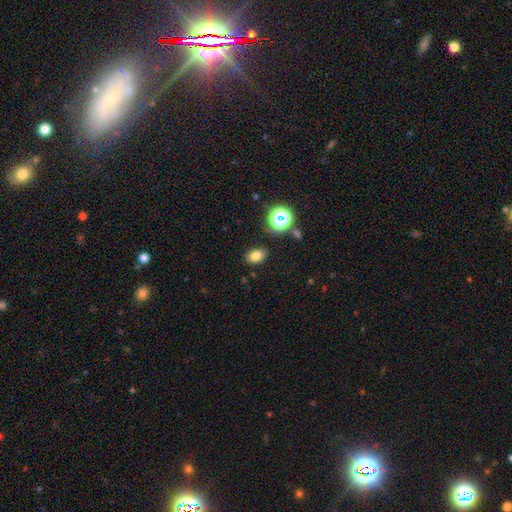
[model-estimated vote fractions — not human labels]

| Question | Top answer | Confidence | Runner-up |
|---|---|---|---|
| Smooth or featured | smooth | 77% | star or artifact (16%) |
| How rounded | in between | 77% | round (22%) |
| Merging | none | 85% | minor disturbance (10%) |